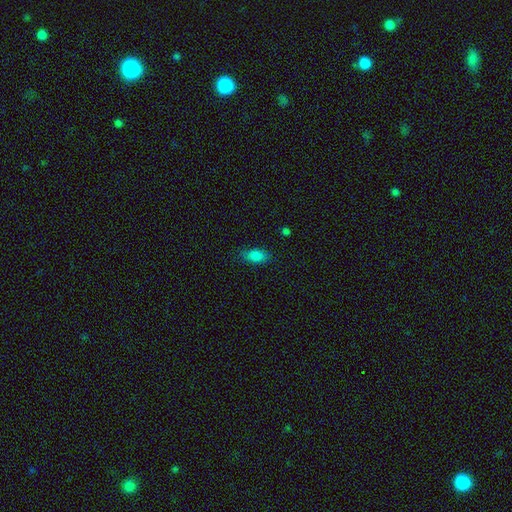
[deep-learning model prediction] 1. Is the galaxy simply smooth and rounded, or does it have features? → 84% smooth, 9% star or artifact, 7% featured or disk.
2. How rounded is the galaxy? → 88% in between, 7% cigar-shaped, 5% round.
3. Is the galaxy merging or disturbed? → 80% none, 16% minor disturbance, 3% major disturbance, 1% merger.